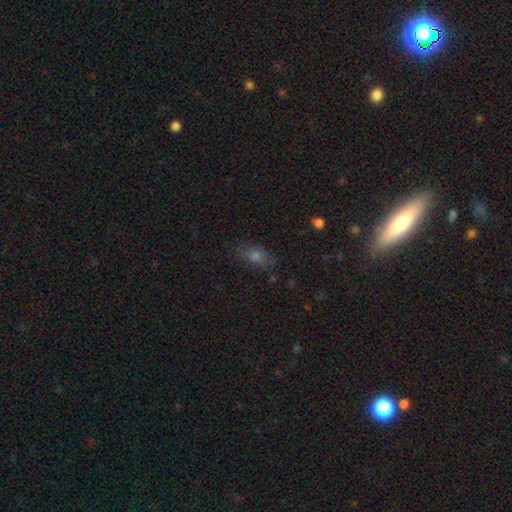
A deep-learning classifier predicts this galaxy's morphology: This appears to be a smooth galaxy with no disk features (65%) that is in between round and cigar-shaped (76%). Merging: none (80%).